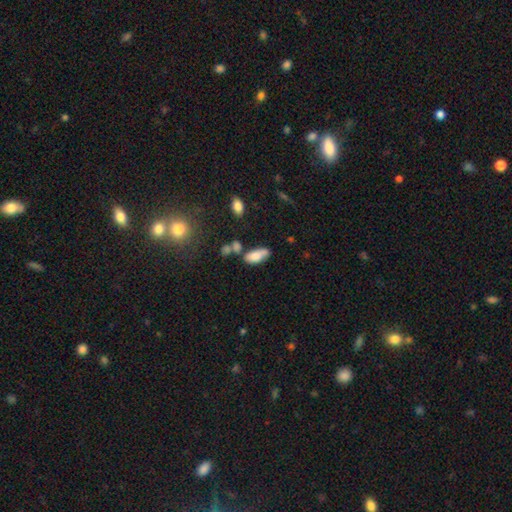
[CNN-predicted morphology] Q: Smooth or featured?
A: smooth (77%); runner-up: featured or disk (15%)
Q: How rounded?
A: in between (86%); runner-up: cigar-shaped (12%)
Q: Merging?
A: none (45%); runner-up: minor disturbance (25%)